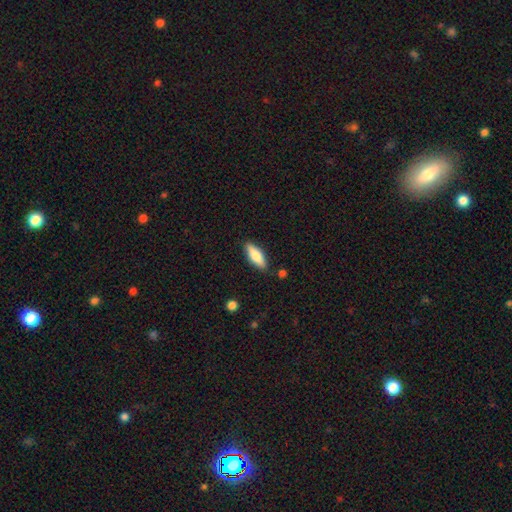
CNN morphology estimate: Overall: smooth (72%). How rounded: in between (61%; cigar-shaped 37%). Merging: none (86%).